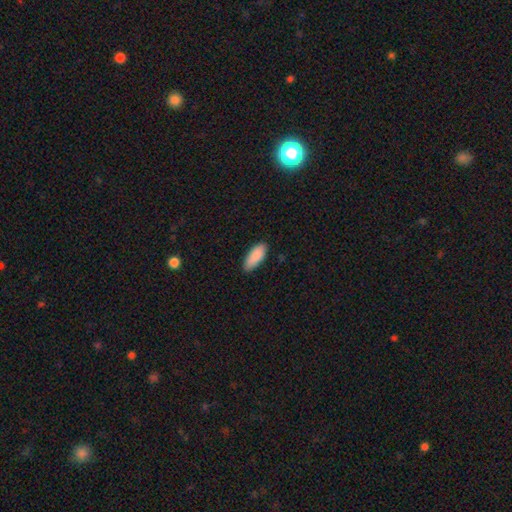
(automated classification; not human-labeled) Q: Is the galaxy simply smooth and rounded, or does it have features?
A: smooth — 89%.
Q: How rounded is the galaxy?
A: in between — 78%.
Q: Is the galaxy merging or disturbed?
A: none — 82%.